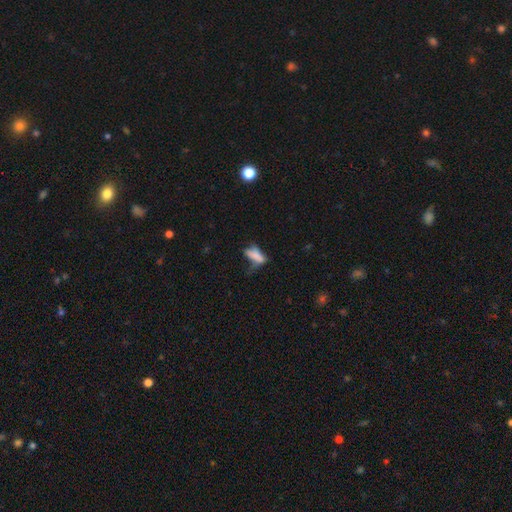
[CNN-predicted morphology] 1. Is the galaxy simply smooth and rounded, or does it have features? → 64% smooth, 23% featured or disk, 13% star or artifact.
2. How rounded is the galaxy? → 72% in between, 24% cigar-shaped, 4% round.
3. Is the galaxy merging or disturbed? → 35% major disturbance, 26% none, 26% minor disturbance, 12% merger.